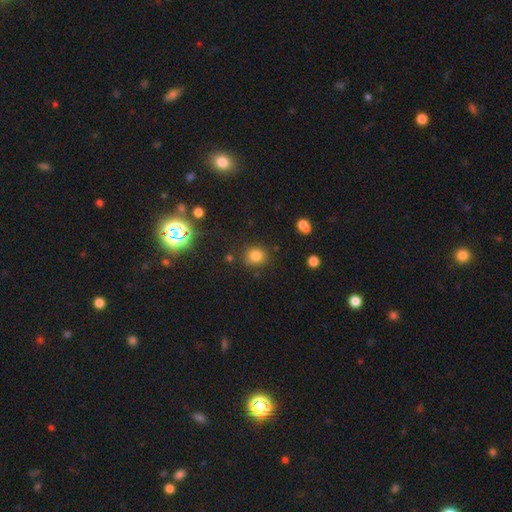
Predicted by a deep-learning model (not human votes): Smooth or featured: smooth — 78% (star or artifact — 16%)
How rounded: round — 77% (in between — 22%)
Merging: none — 80% (minor disturbance — 12%)